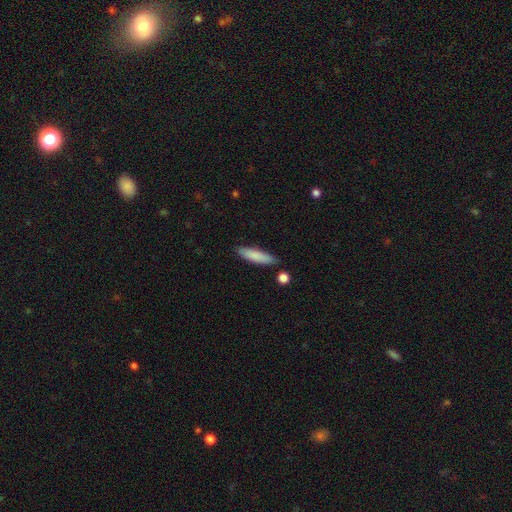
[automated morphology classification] This is clearly a smooth galaxy (83%). How rounded: likely cigar-shaped (75%). Merging: clearly none (83%).